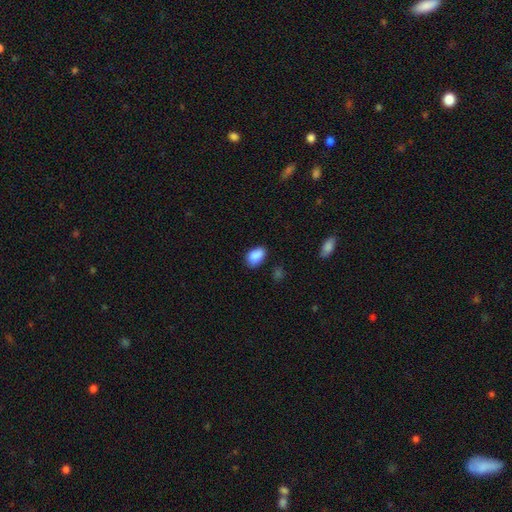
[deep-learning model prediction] smooth_or_featured: smooth (p=0.89) [alt: star or artifact p=0.08]
how_rounded: in between (p=0.88) [alt: round p=0.11]
merging: none (p=0.76) [alt: minor disturbance p=0.19]